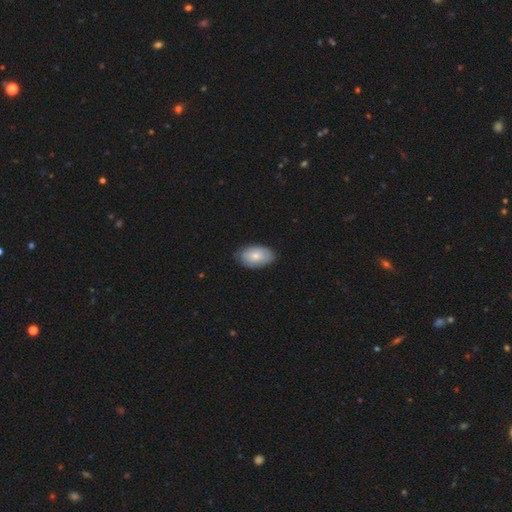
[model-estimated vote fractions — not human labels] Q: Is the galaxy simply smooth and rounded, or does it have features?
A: smooth — 76%.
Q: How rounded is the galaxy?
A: in between — 93%.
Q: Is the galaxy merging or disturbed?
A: none — 79%.